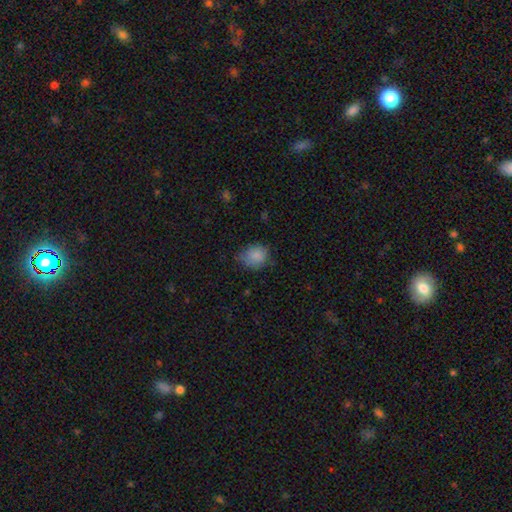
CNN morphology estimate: Smooth or featured?
  - smooth: 85% *
  - star or artifact: 9%
  - featured or disk: 5%
How rounded?
  - round: 67% *
  - in between: 32%
  - cigar-shaped: 1%
Merging?
  - none: 64% *
  - minor disturbance: 29%
  - major disturbance: 6%
  - merger: 2%